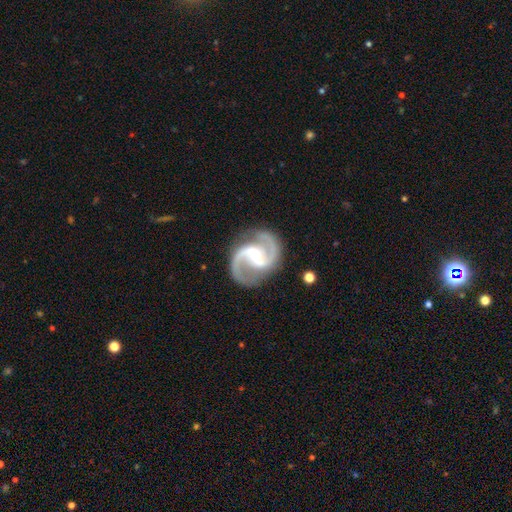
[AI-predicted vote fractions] Morphology: type=featured or disk (93%); edge-on=no (98%); bar=weak (46%); spiral arms=yes (98%); winding=medium (66%); arm count=2 (94%); bulge=small (50%); merging=none (84%).